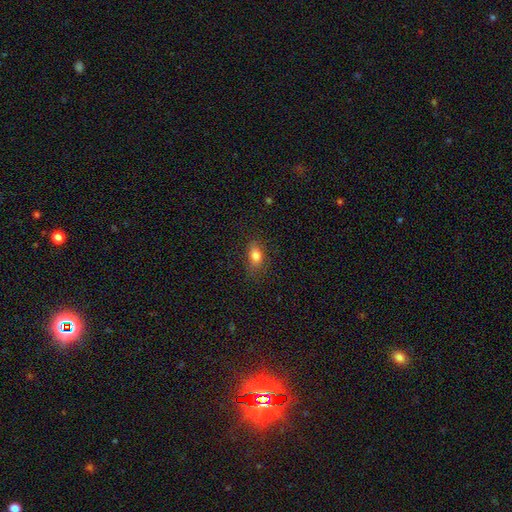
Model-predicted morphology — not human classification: Overall: smooth (81%). How rounded: in between (83%). Merging: none (78%).